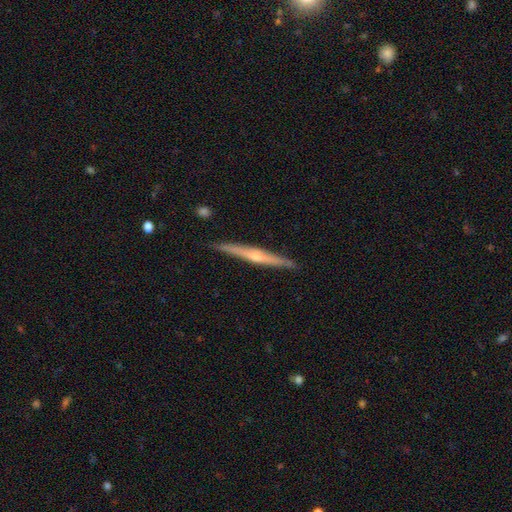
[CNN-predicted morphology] smooth_or_featured: featured or disk (p=0.71) [alt: smooth p=0.24]
disk_edge_on: yes (p=0.98) [alt: no p=0.02]
edge_on_bulge: rounded (p=0.72) [alt: none p=0.22]
merging: none (p=0.90) [alt: minor disturbance p=0.08]